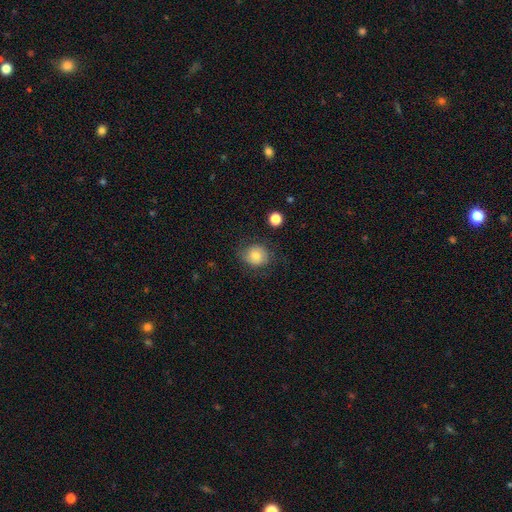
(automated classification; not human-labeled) smooth 73%, featured or disk 17%, star or artifact 10%. Down the decision tree: how rounded — round (74%); merging — none (72%).